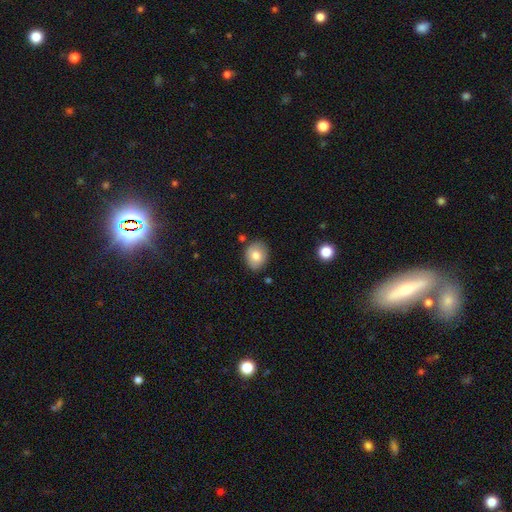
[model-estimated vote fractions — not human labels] A smooth galaxy with no disk features (78%) that is round (52%).

Vote fractions:
- Smooth or featured? smooth: 78% / featured or disk: 14% / star or artifact: 9%
- How rounded? round: 52% / in between: 47% / cigar-shaped: 1%
- Merging? none: 81% / minor disturbance: 14% / merger: 3% / major disturbance: 2%